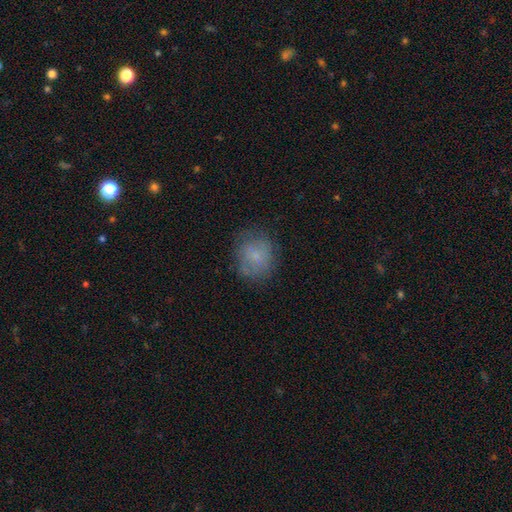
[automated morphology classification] Smooth or featured? smooth (61%)
How rounded? round (71%)
Merging? none (69%)